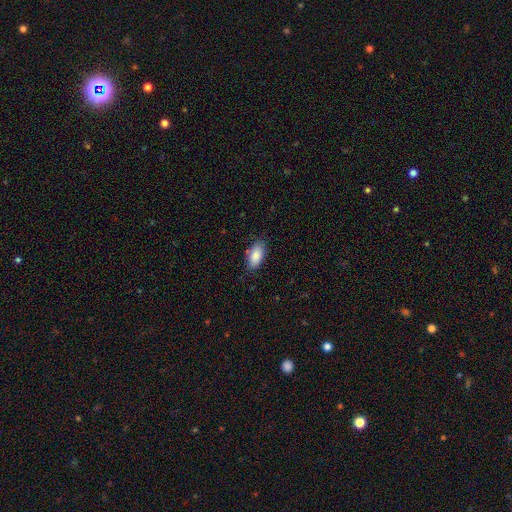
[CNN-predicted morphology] smooth-or-featured: smooth: 86% | featured or disk: 7% | star or artifact: 7%
  how-rounded: in between: 92% | cigar-shaped: 5% | round: 3%
  merging: none: 79% | minor disturbance: 16% | major disturbance: 3% | merger: 1%